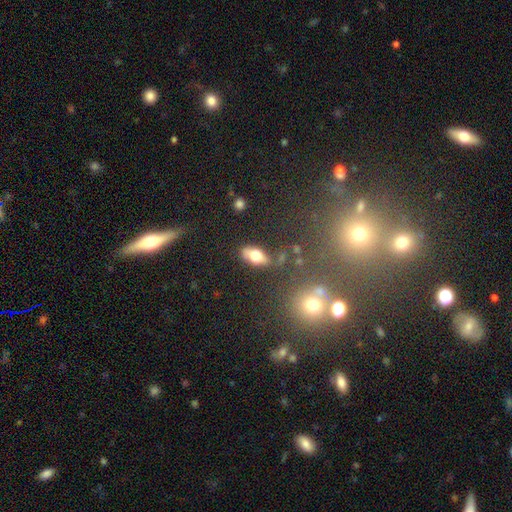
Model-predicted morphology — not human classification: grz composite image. It shows a smooth galaxy with no disk features (65%) that is in between round and cigar-shaped (84%). Merging: none (67%).